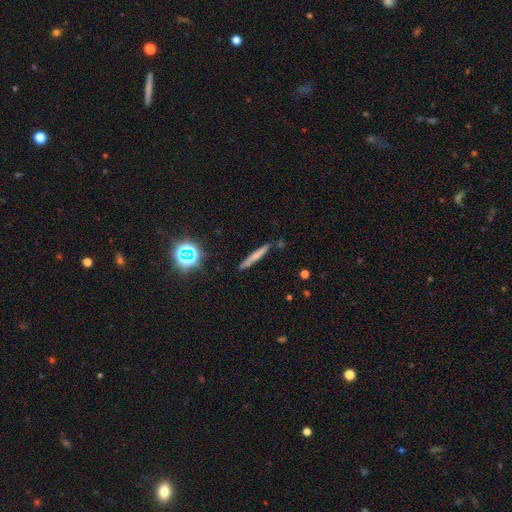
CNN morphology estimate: type=smooth (57%); roundness=cigar-shaped (93%); merging=none (85%).